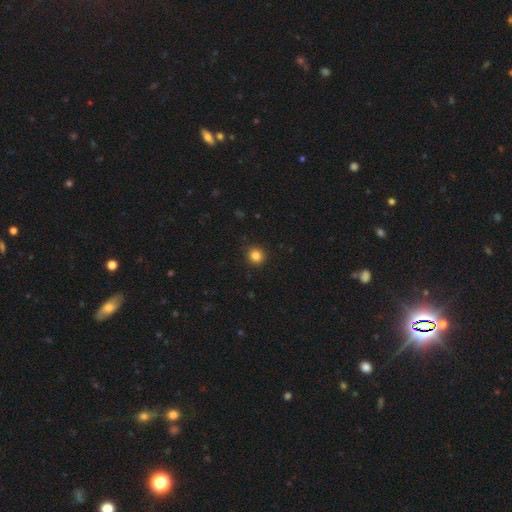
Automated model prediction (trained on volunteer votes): This is clearly a smooth galaxy (84%). How rounded: clearly round (92%). Merging: clearly none (92%).